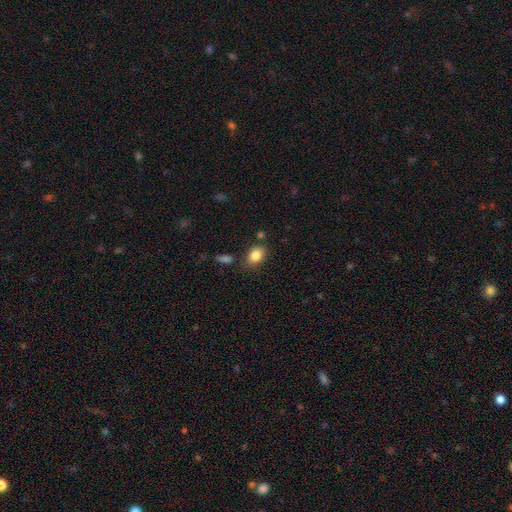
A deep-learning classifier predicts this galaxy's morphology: smooth 84%, star or artifact 9%, featured or disk 7%. Down the decision tree: how rounded — in between (79%); merging — none (75%).